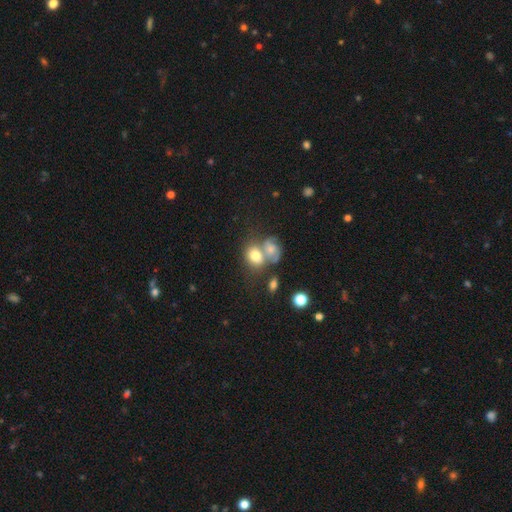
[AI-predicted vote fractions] This appears to be a smooth galaxy with no disk features (69%) that is in between round and cigar-shaped (56%). Merging: merger (53%).